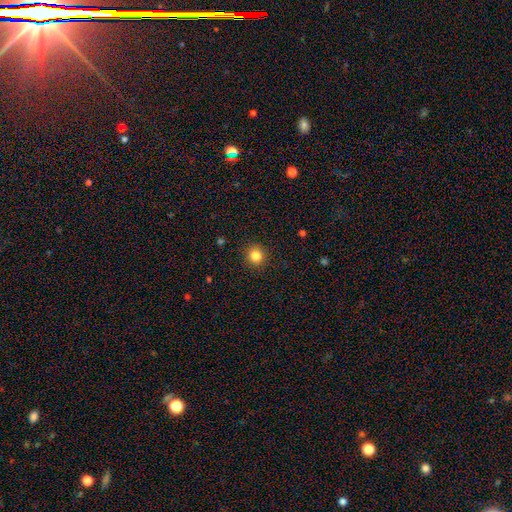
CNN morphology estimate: Smooth or featured? Predicted: smooth (p=0.84). How rounded? Predicted: round (p=0.93). Merging? Predicted: none (p=0.92).